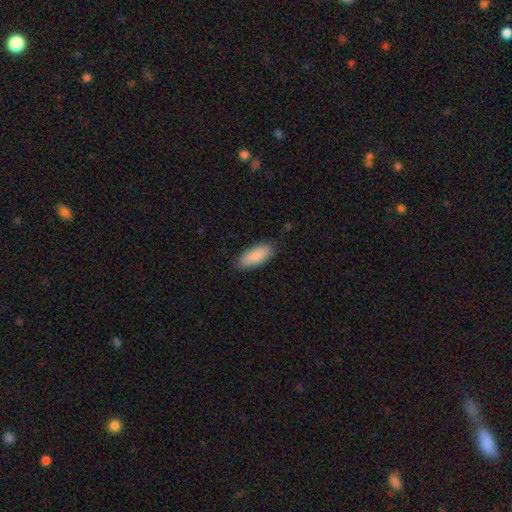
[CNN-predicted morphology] type=smooth (89%); roundness=in between (80%); merging=none (83%).